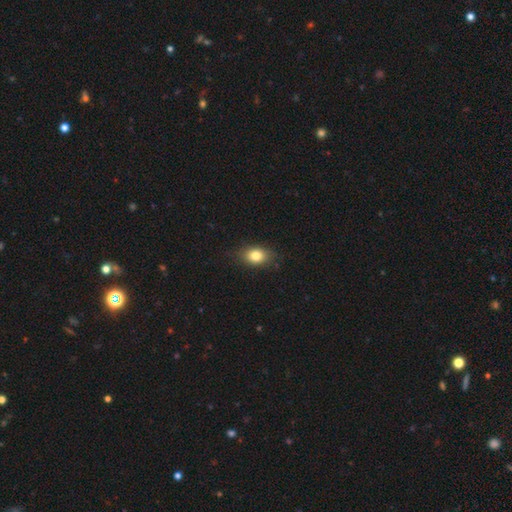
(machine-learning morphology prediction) This appears to be a smooth galaxy with no disk features (81%) that is in between round and cigar-shaped (70%). Merging: none (81%).